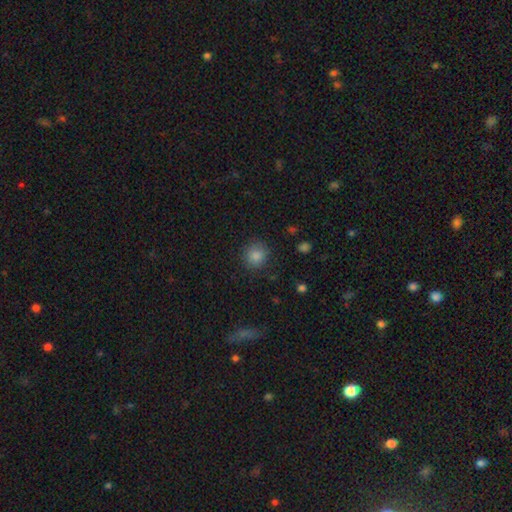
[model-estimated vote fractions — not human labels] smooth-or-featured: smooth: 84% | star or artifact: 11% | featured or disk: 5%
  how-rounded: round: 85% | in between: 14% | cigar-shaped: 1%
  merging: none: 87% | minor disturbance: 9% | major disturbance: 3% | merger: 1%